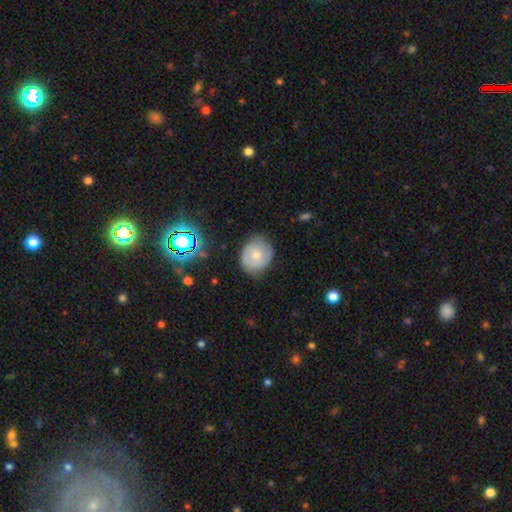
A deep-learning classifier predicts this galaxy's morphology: Overall: smooth (61%; featured or disk 30%). How rounded: round (64%; in between 35%). Merging: none (70%).